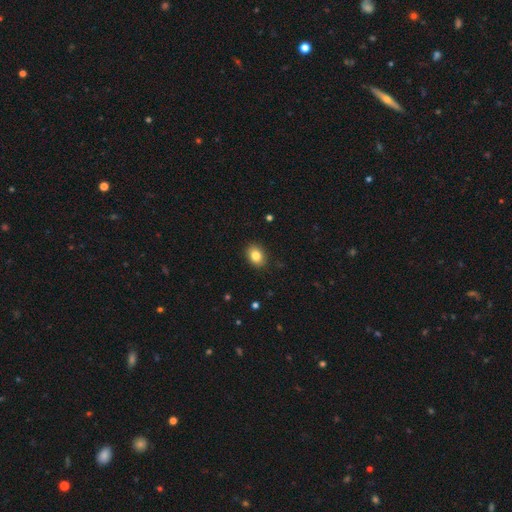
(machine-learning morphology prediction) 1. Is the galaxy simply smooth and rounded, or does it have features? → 84% smooth, 9% star or artifact, 7% featured or disk.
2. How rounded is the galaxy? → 64% in between, 35% round, 1% cigar-shaped.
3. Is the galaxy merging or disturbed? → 89% none, 8% minor disturbance, 2% major disturbance, 1% merger.